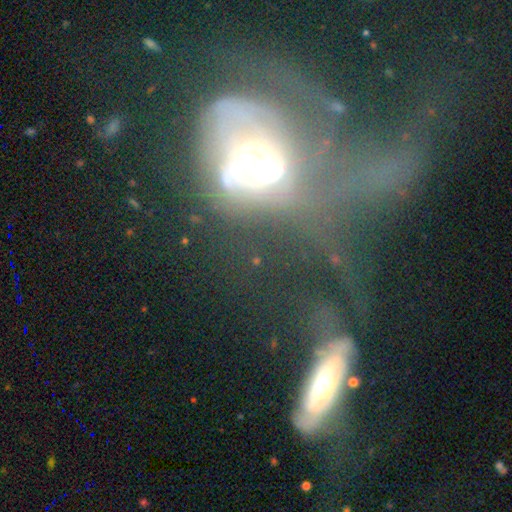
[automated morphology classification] type=featured or disk (62%); edge-on=no (91%); bar=no (70%); spiral arms=no (51%); bulge=large (40%); merging=major disturbance (57%).